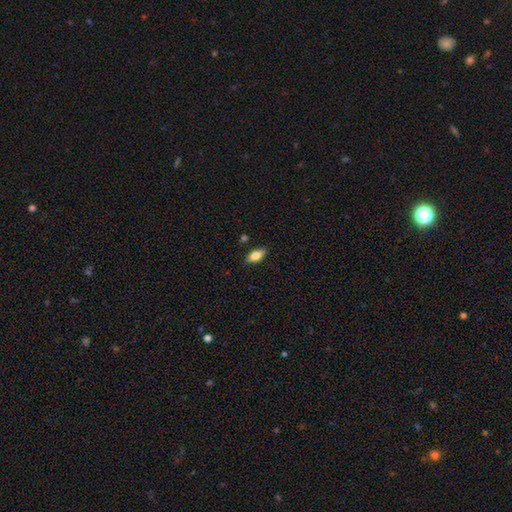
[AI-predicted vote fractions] smooth-or-featured: smooth: 77% | featured or disk: 15% | star or artifact: 8%
  how-rounded: in between: 88% | cigar-shaped: 9% | round: 3%
  merging: none: 86% | minor disturbance: 10% | major disturbance: 2% | merger: 2%